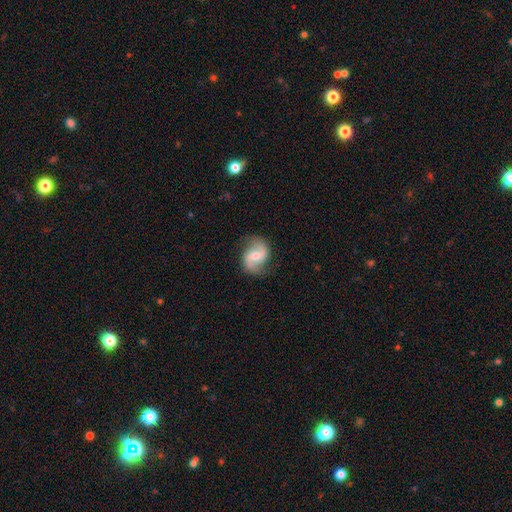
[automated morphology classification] Smooth or featured: featured or disk — 82% (smooth — 13%)
Edge-on disk: no — 98% (yes — 2%)
Bar: weak — 48% (no — 36%)
Spiral arms: yes — 95% (no — 5%)
Spiral winding: medium — 45% (loose — 41%)
Spiral arm count: 2 — 92% (can't tell — 3%)
Bulge size: moderate — 62% (small — 32%)
Merging: none — 81% (minor disturbance — 14%)